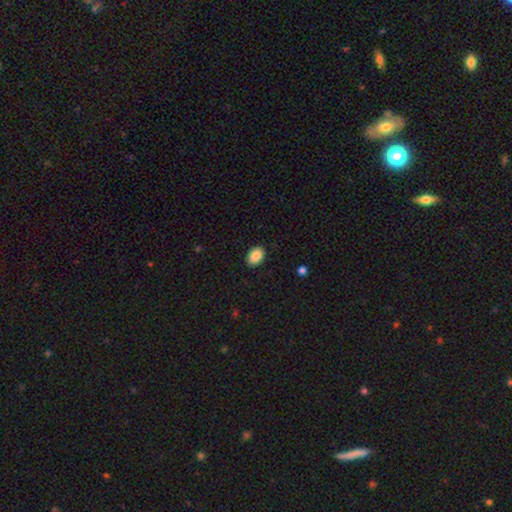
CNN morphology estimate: Smooth or featured: smooth — 88% (star or artifact — 8%)
How rounded: in between — 81% (round — 18%)
Merging: none — 89% (minor disturbance — 8%)